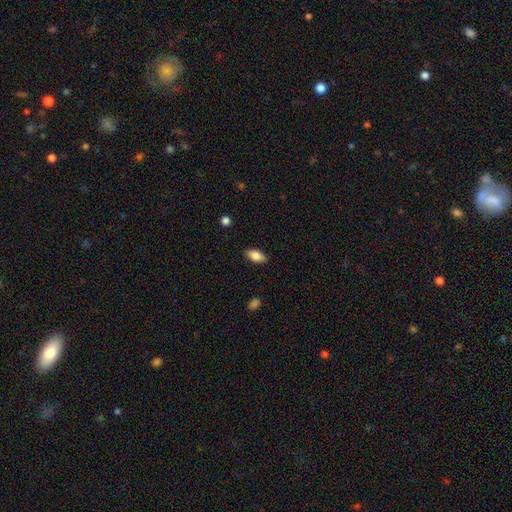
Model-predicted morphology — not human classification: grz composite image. It shows a smooth galaxy with no disk features (83%) that is in between round and cigar-shaped (89%). Merging: none (86%).